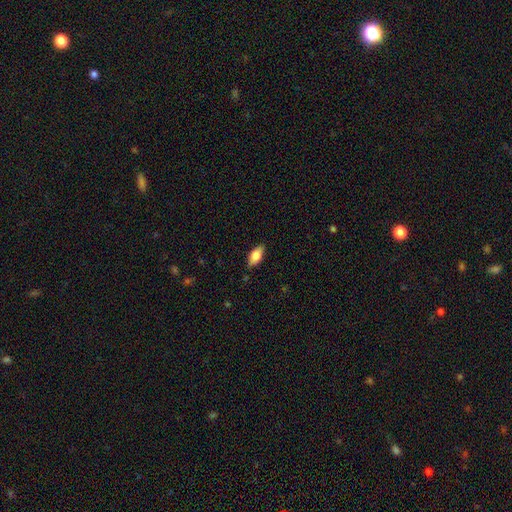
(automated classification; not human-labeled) Morphology: type=smooth (71%); roundness=in between (85%); merging=none (85%).